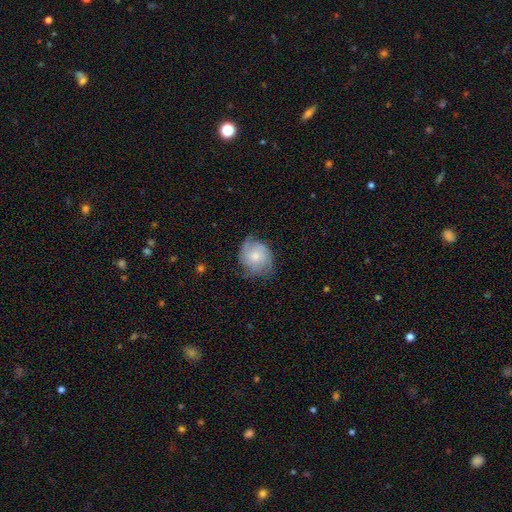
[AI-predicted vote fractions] smooth-or-featured: featured or disk: 55% | smooth: 37% | star or artifact: 7%
  disk-edge-on: no: 97% | yes: 3%
    bar: no: 77% | weak: 20% | strong: 3%
    has-spiral-arms: yes: 86% | no: 14%
    bulge-size: moderate: 49% | small: 41% | large: 5% | none: 4% | dominant: 1%
  merging: none: 58% | minor disturbance: 29% | major disturbance: 12% | merger: 1%